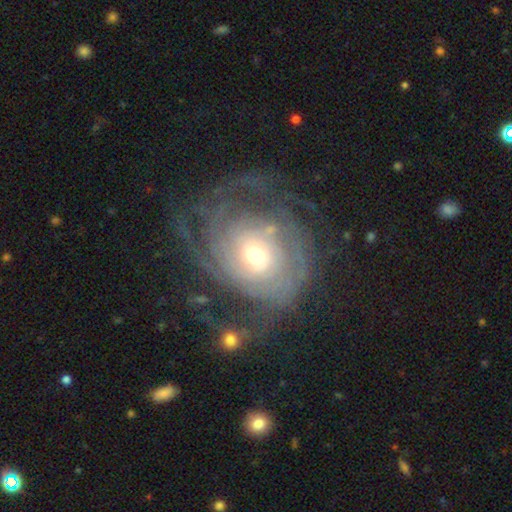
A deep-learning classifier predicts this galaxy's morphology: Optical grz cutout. It shows a featured or disk galaxy (83%) with no bar (74%), tight (64%) spiral arms (91%) and a moderate central bulge (54%). Merging: none (53%).